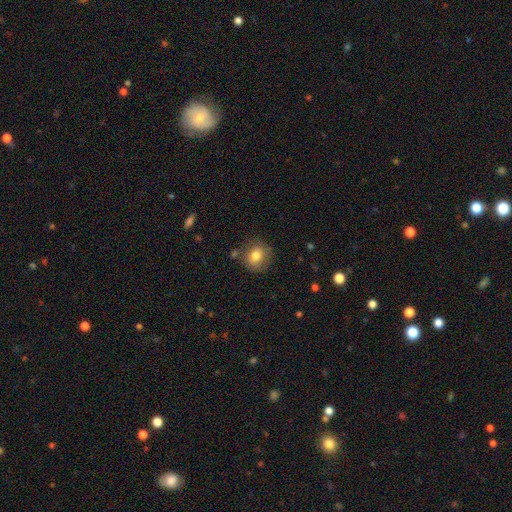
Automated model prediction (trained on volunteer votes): This is likely a smooth galaxy (77%). How rounded: clearly round (81%). Merging: likely none (78%).